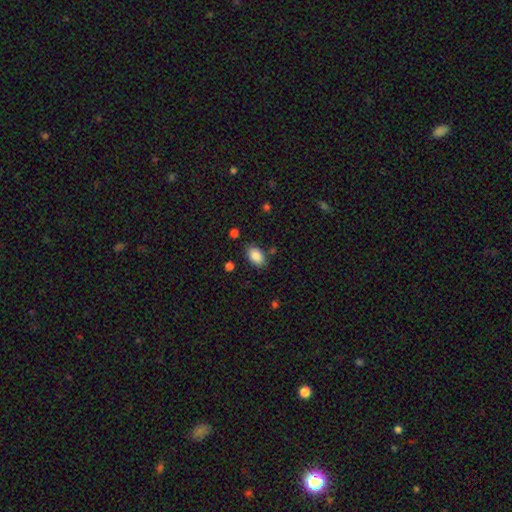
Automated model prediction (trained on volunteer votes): Q: Smooth or featured?
A: smooth (87%); runner-up: star or artifact (8%)
Q: How rounded?
A: in between (91%); runner-up: round (8%)
Q: Merging?
A: none (81%); runner-up: minor disturbance (13%)